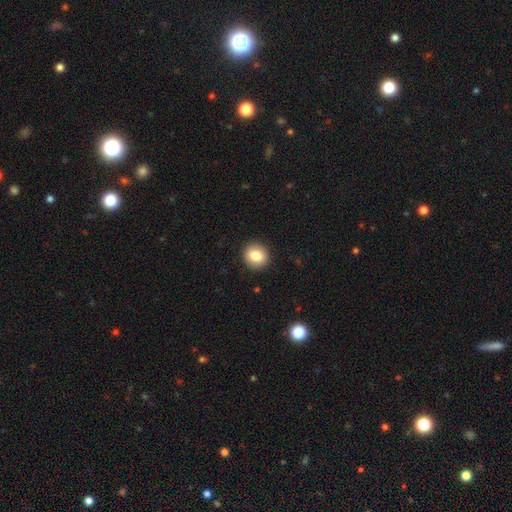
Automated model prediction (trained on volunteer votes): Q: Smooth or featured?
A: smooth (84%); runner-up: star or artifact (9%)
Q: How rounded?
A: round (87%); runner-up: in between (12%)
Q: Merging?
A: none (92%); runner-up: minor disturbance (6%)